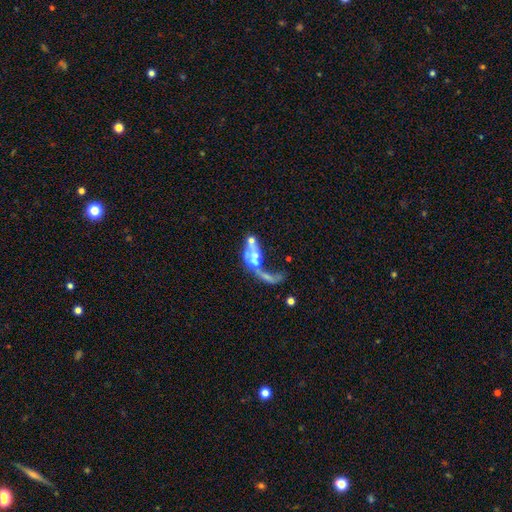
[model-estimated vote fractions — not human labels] Morphology: type=featured or disk (55%); edge-on=no (91%); bar=no (81%); spiral arms=no (80%); bulge=moderate (33%); merging=merger (52%).